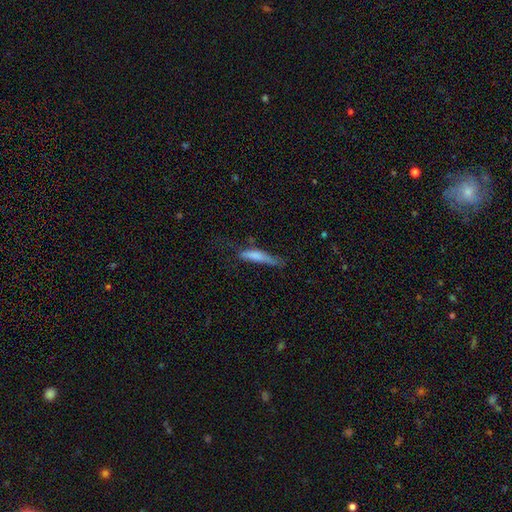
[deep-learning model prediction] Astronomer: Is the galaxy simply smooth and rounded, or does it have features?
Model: smooth — 71%.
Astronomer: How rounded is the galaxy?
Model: cigar-shaped — 82%.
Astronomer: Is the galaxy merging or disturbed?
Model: none — 43% (runner-up: minor disturbance, 32%).